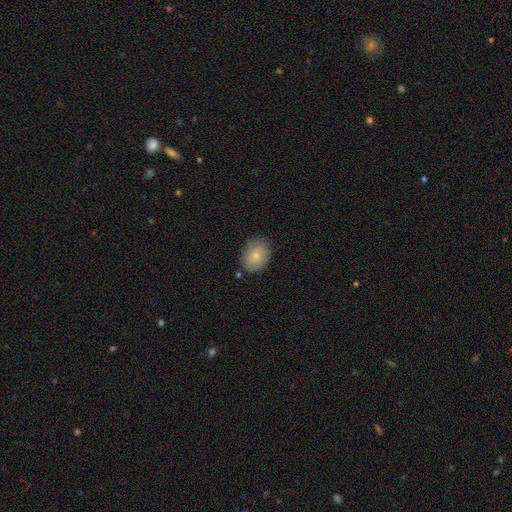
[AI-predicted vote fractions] A smooth galaxy with no disk features (80%) that is in between round and cigar-shaped (60%). Merging: none (80%).